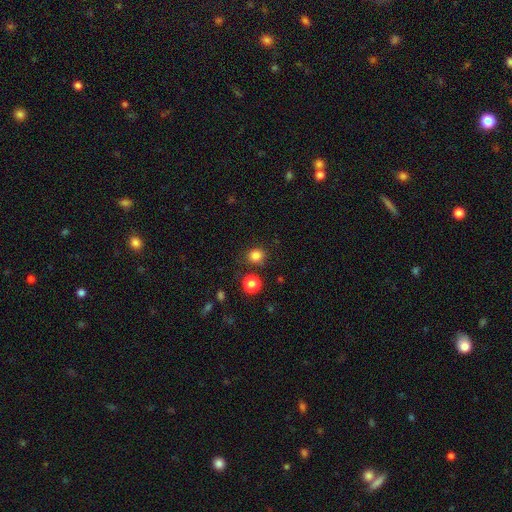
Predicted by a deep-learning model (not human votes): Smooth or featured? Predicted: smooth (p=0.83). How rounded? Predicted: round (p=0.80). Merging? Predicted: none (p=0.81).